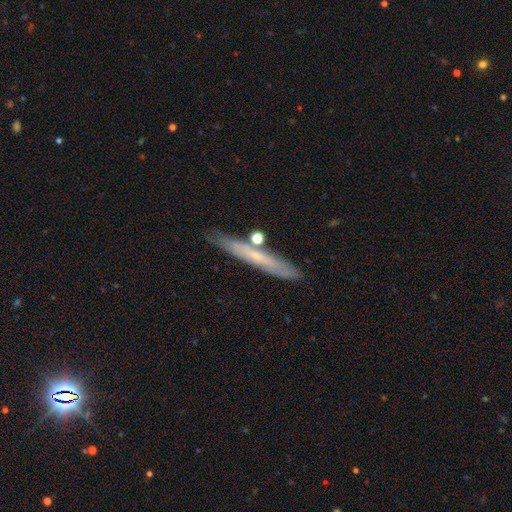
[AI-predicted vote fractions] Smooth or featured? smooth (49%)
Merging? none (81%)